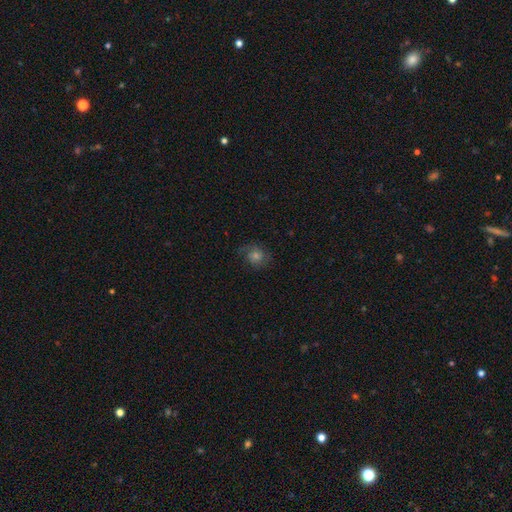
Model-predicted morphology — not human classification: Overall: featured or disk (44%; smooth 37%). Merging: none (72%).